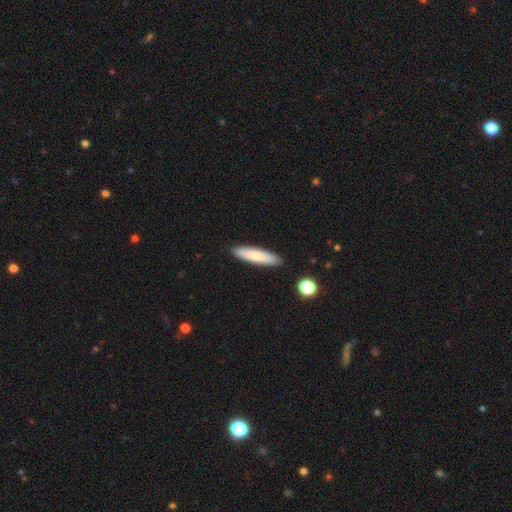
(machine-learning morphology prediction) Smooth or featured: smooth — 75% (featured or disk — 19%)
How rounded: cigar-shaped — 80% (in between — 19%)
Merging: none — 90% (minor disturbance — 7%)